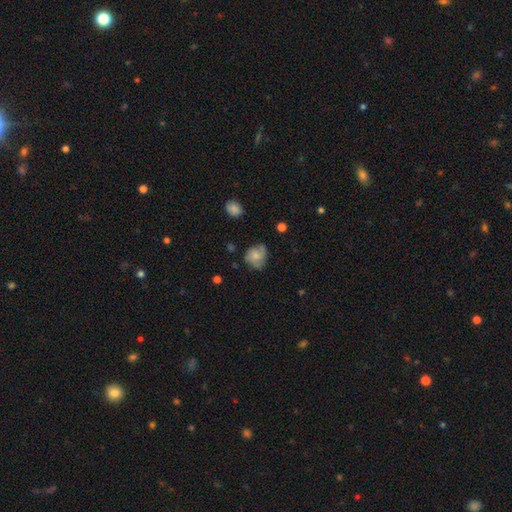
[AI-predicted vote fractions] This appears to be a smooth galaxy with no disk features (66%) that is round (59%). Merging: none (52%).